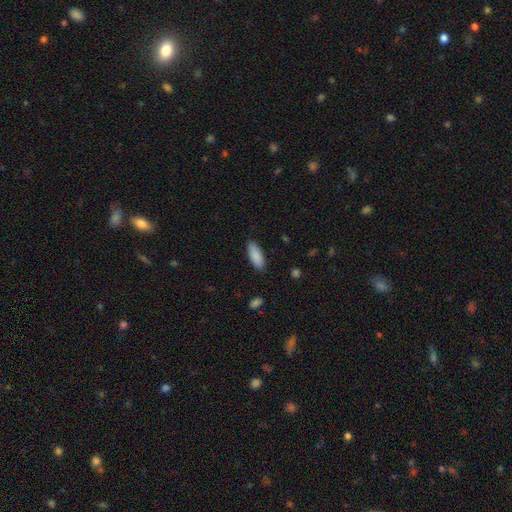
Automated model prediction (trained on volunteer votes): Smooth or featured? smooth (89%)
How rounded? in between (79%)
Merging? none (87%)